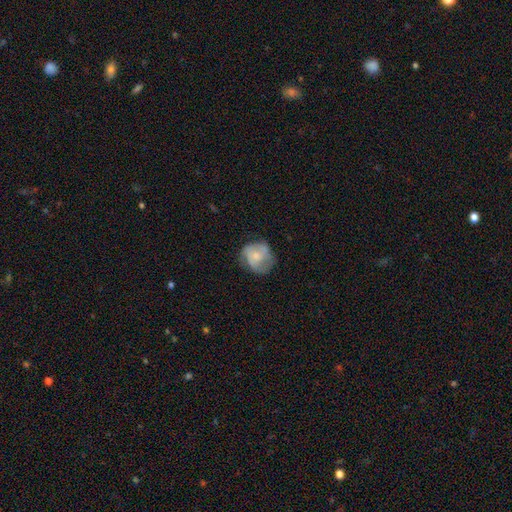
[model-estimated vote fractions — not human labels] smooth_or_featured: featured or disk (p=0.46) [tied with: smooth p=0.46]
merging: none (p=0.55) [alt: minor disturbance p=0.27]